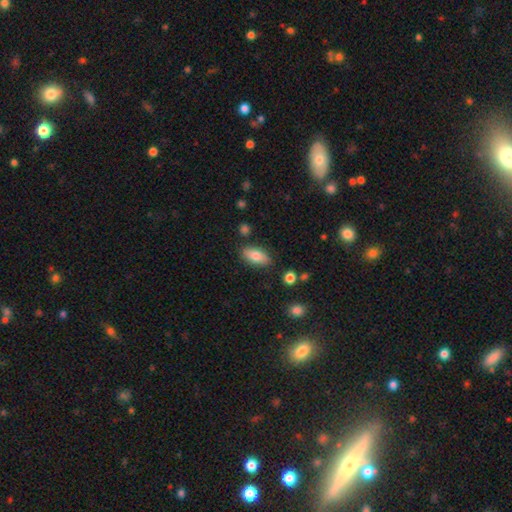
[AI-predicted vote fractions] Smooth or featured? smooth (78%)
How rounded? in between (87%)
Merging? none (83%)